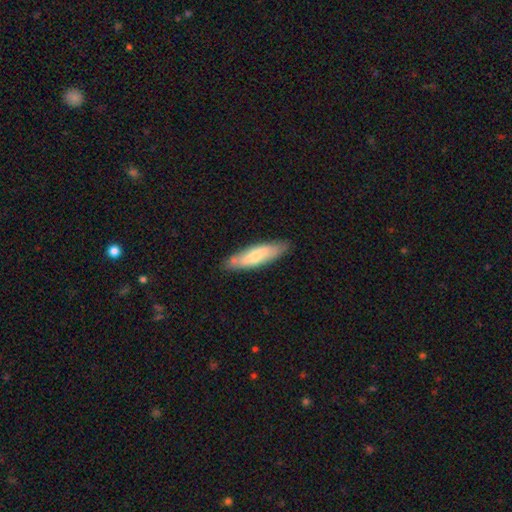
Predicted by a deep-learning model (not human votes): Smooth or featured? smooth (63%)
How rounded? cigar-shaped (62%)
Merging? none (80%)